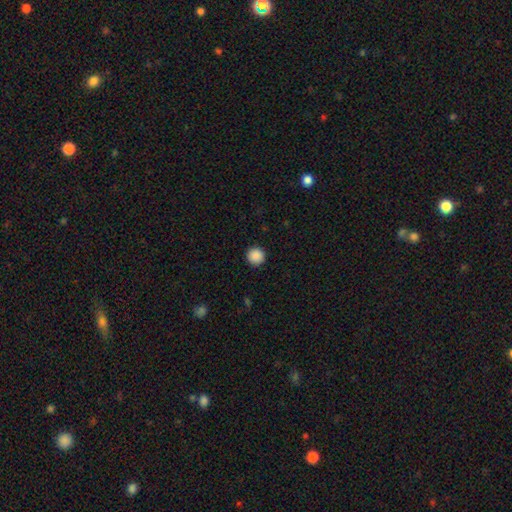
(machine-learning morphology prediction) This appears to be a smooth galaxy with no disk features (89%) that is round (95%). Merging: none (92%).